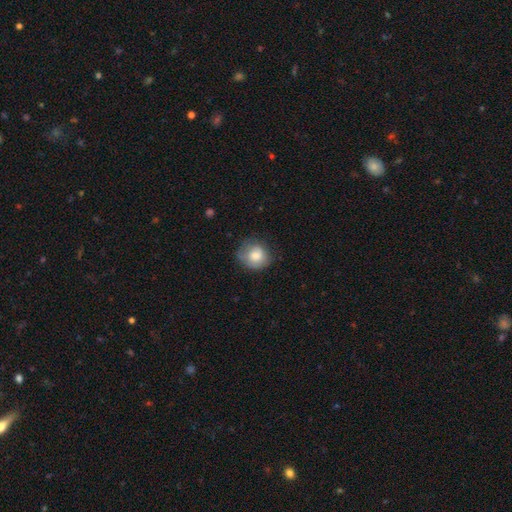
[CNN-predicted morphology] type=smooth (77%); roundness=round (80%); merging=none (62%).